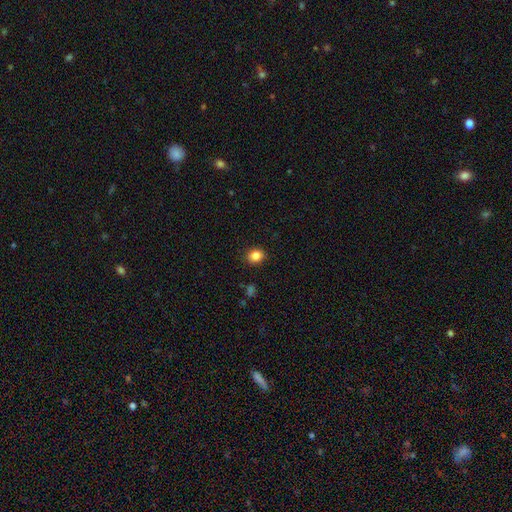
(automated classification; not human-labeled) smooth-or-featured: smooth: 85% | star or artifact: 10% | featured or disk: 4%
  how-rounded: round: 67% | in between: 32% | cigar-shaped: 1%
  merging: none: 89% | minor disturbance: 8% | major disturbance: 2% | merger: 1%